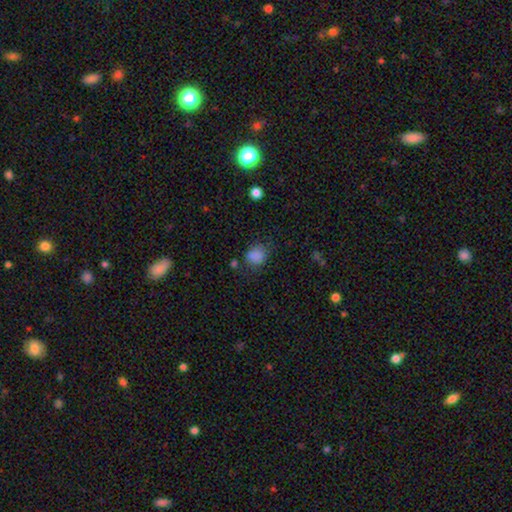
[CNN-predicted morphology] Overall: smooth (82%). How rounded: round (60%; in between 39%). Merging: none (65%).